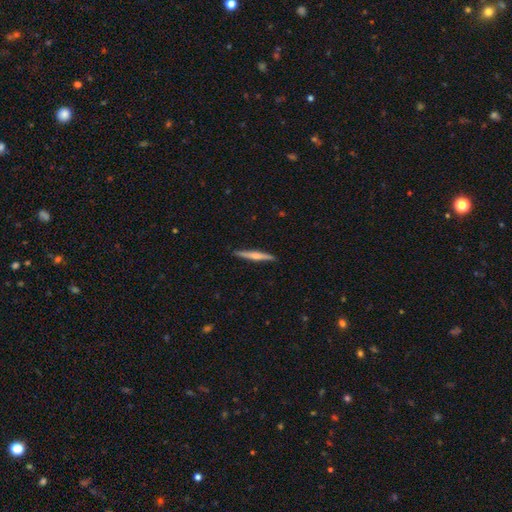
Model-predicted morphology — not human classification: Smooth or featured? Predicted: featured or disk (p=0.55). Edge-on disk? Predicted: yes (p=0.97). Edge-on bulge? Predicted: rounded (p=0.72). Merging? Predicted: none (p=0.90).